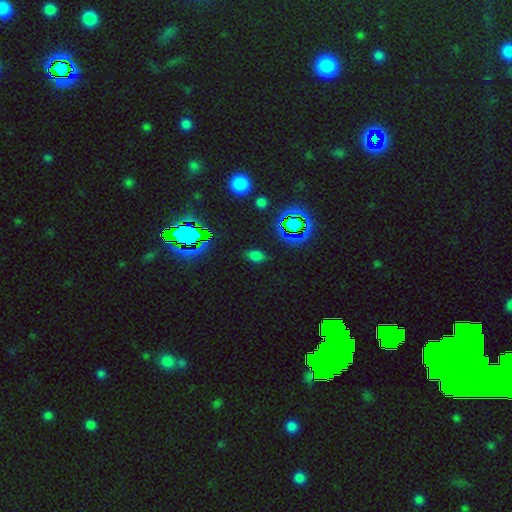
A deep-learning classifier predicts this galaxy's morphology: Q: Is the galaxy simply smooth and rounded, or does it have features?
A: smooth — 54%.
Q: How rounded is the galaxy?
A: in between — 77%.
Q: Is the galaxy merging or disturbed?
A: none — 85%.